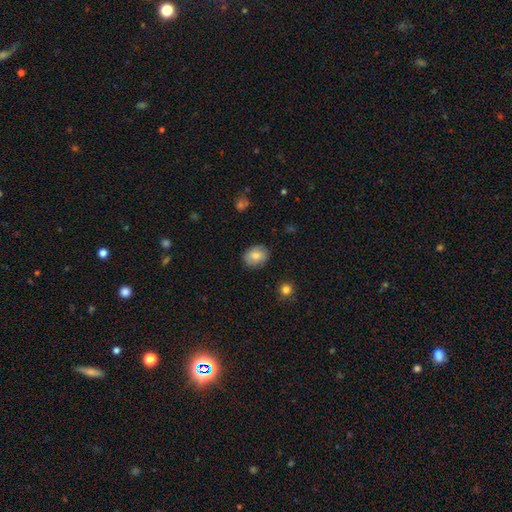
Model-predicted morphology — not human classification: A smooth galaxy with no disk features (80%) that is in between round and cigar-shaped (56%).

Vote fractions:
- Smooth or featured? smooth: 80% / featured or disk: 12% / star or artifact: 8%
- How rounded? in between: 56% / round: 43% / cigar-shaped: 1%
- Merging? none: 84% / minor disturbance: 12% / major disturbance: 3% / merger: 1%